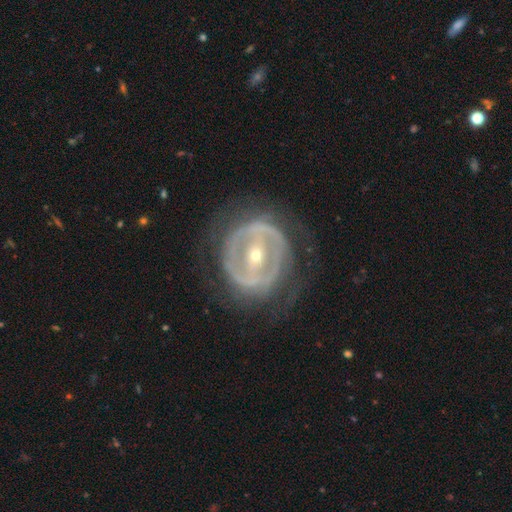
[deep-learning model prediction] This is clearly a featured or disk galaxy (82%). It is clearly not viewed edge-on (95%). Bar: possibly strong (56%). Spiral arm pattern: possibly no (55%). Central bulge: likely small (68%). Merging: likely none (67%).